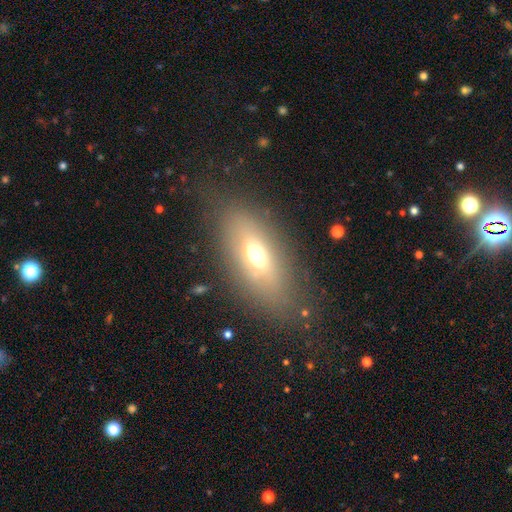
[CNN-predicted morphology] A smooth galaxy with no disk features (59%) that is in between round and cigar-shaped (78%).

Vote fractions:
- Smooth or featured? smooth: 59% / featured or disk: 28% / star or artifact: 13%
- How rounded? in between: 78% / cigar-shaped: 15% / round: 7%
- Merging? none: 75% / minor disturbance: 14% / major disturbance: 9% / merger: 2%